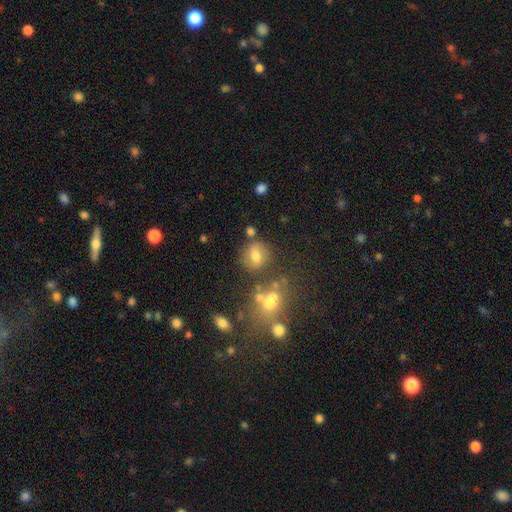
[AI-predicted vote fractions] smooth 64%, featured or disk 22%, star or artifact 14%. Down the decision tree: how rounded — round (67%); merging — none (67%).